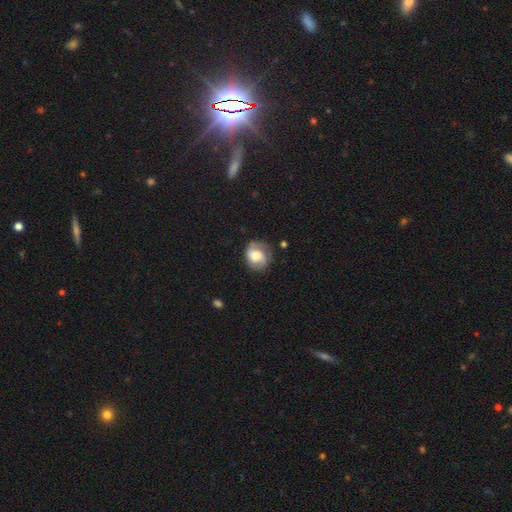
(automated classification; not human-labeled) Morphology: type=featured or disk (58%); edge-on=no (98%); bar=no (54%); spiral arms=yes (89%); winding=medium (45%); arm count=2 (73%); bulge=moderate (37%); merging=none (64%).